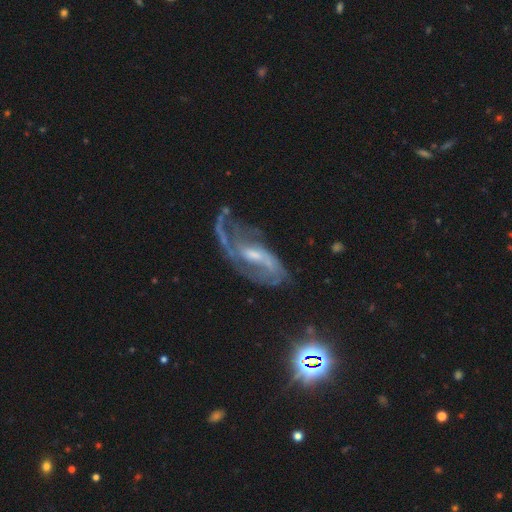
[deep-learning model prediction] This is clearly a featured or disk galaxy (84%). It is clearly not viewed edge-on (94%). Bar: possibly weak (49%). Spiral arm pattern: clearly yes (92%). Spiral arm count: possibly 2 (51%). Spiral winding: marginally medium (44%). Central bulge: possibly small (45%). Merging: marginally none (45%).